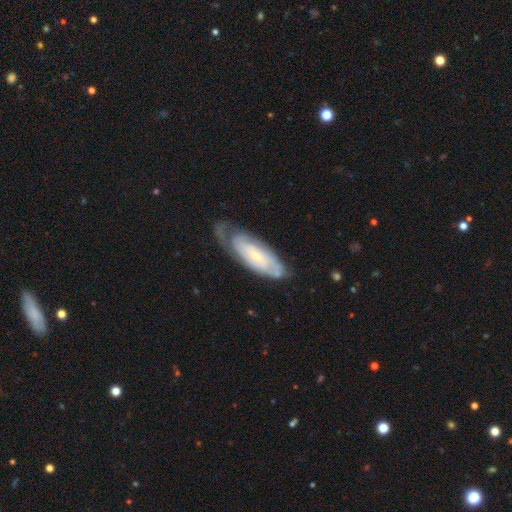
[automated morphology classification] This appears to be a featured or disk galaxy (70%) with no bar (64%), tight (66%) spiral arms (85%) and a small central bulge (69%). Merging: none (55%).